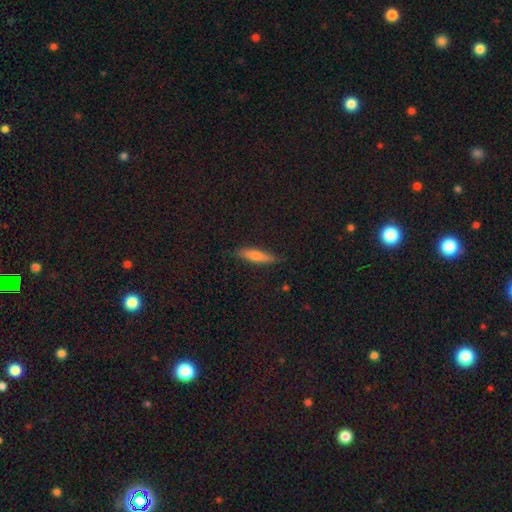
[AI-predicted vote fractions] Smooth or featured: smooth — 61% (featured or disk — 31%)
How rounded: cigar-shaped — 79% (in between — 19%)
Merging: none — 85% (minor disturbance — 12%)